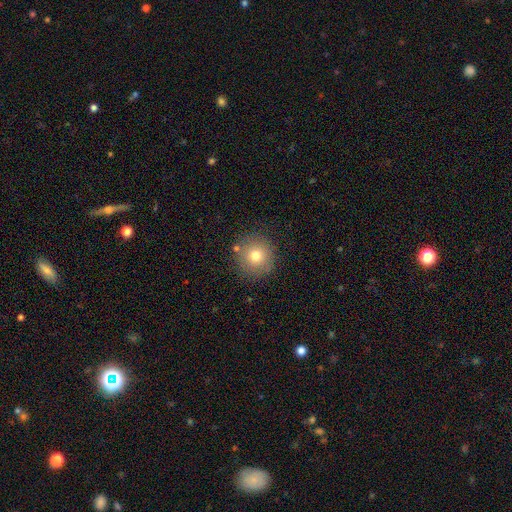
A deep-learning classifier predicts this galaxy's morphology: Smooth or featured: smooth — 75% (featured or disk — 13%)
How rounded: round — 94% (in between — 5%)
Merging: none — 84% (minor disturbance — 9%)